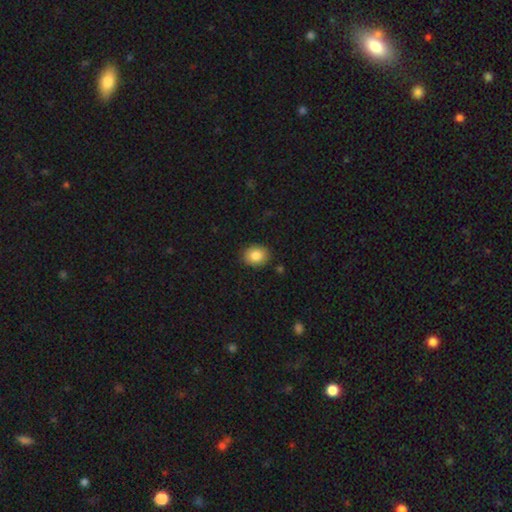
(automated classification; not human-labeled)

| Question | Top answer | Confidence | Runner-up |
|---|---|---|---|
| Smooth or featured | smooth | 85% | star or artifact (8%) |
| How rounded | round | 51% | in between (48%) |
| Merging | none | 88% | minor disturbance (9%) |